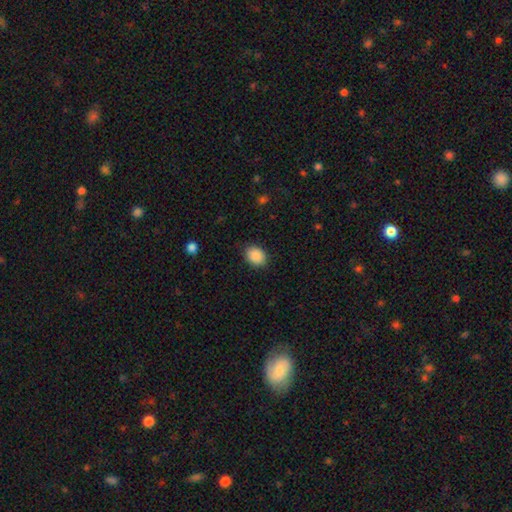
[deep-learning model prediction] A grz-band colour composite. It shows a smooth galaxy with no disk features (89%) that is in between round and cigar-shaped (58%). Merging: none (86%).